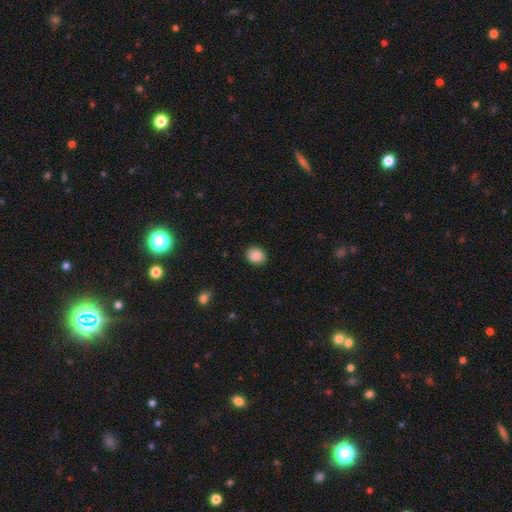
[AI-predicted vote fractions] Smooth or featured: smooth — 87% (star or artifact — 8%)
How rounded: round — 60% (in between — 39%)
Merging: none — 87% (minor disturbance — 9%)